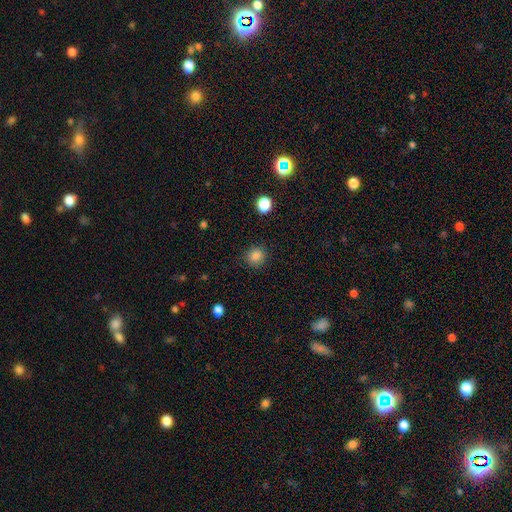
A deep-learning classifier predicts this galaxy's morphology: Smooth or featured: smooth — 84% (star or artifact — 11%)
How rounded: round — 88% (in between — 11%)
Merging: none — 88% (minor disturbance — 8%)